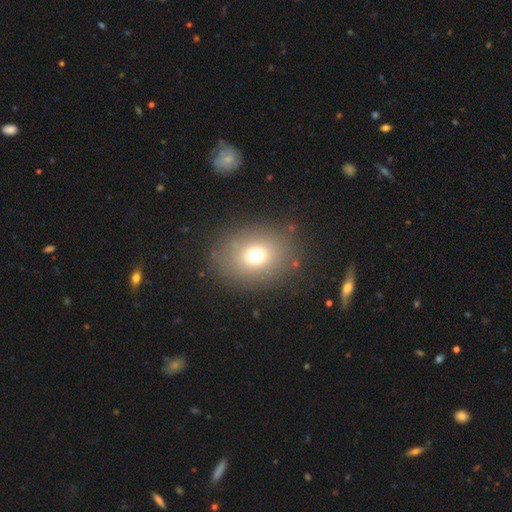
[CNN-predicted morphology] The model was most divided on "how rounded": round: 59%, in between: 40%, cigar-shaped: 1%. More confident: merging — none (84%); smooth or featured — smooth (69%).